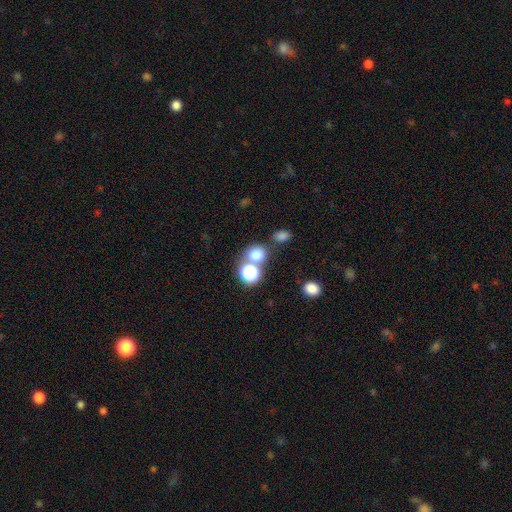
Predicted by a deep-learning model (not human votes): Smooth or featured? smooth (73%)
How rounded? round (73%)
Merging? none (55%)